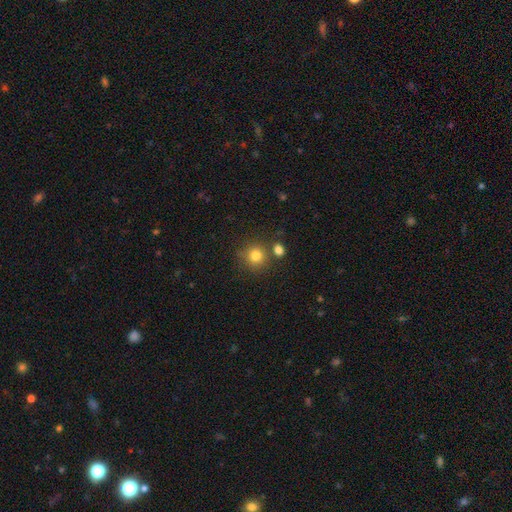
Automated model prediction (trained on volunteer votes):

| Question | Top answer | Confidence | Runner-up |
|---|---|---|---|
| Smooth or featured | smooth | 80% | star or artifact (13%) |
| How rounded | round | 91% | in between (8%) |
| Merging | none | 74% | merger (13%) |